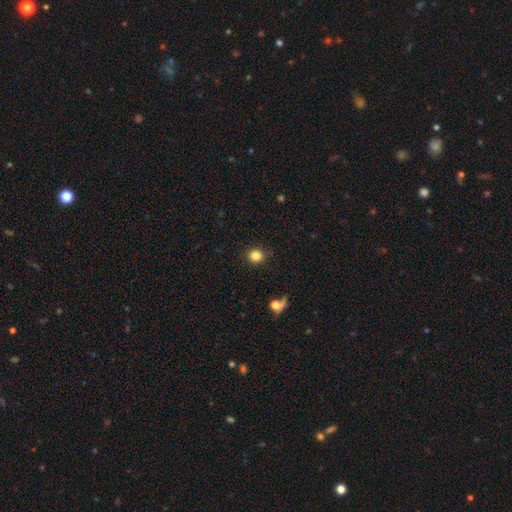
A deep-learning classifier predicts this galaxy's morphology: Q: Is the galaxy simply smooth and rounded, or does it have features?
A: smooth — 84%.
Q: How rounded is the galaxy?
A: round — 91%.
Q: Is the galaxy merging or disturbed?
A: none — 89%.